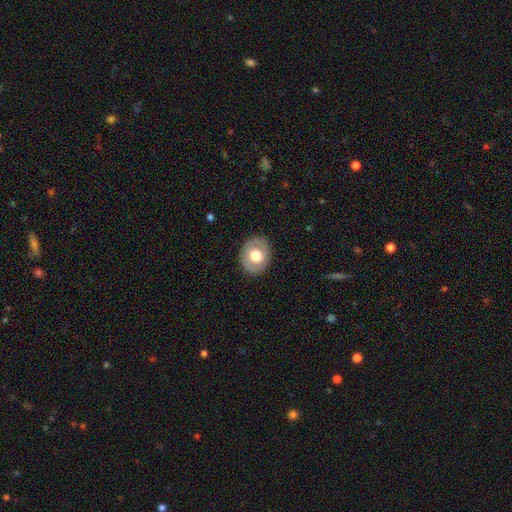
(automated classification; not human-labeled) This is likely a smooth galaxy (63%). How rounded: possibly round (58%). Merging: clearly none (87%).